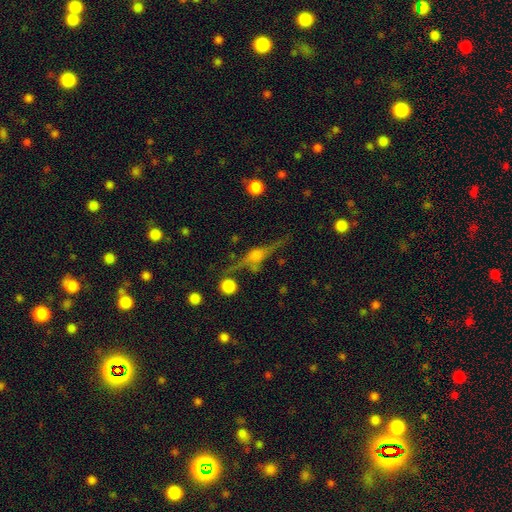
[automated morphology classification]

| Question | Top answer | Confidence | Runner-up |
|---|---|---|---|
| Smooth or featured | featured or disk | 75% | smooth (14%) |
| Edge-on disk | yes | 92% | no (8%) |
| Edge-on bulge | rounded | 84% | boxy (11%) |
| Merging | none | 71% | minor disturbance (16%) |